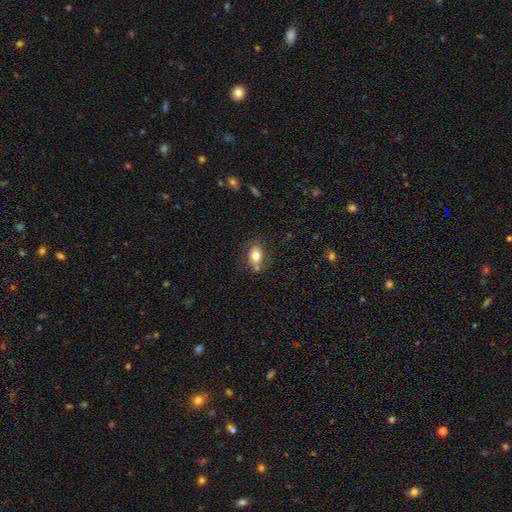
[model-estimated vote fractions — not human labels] Smooth or featured?
  - smooth: 76% *
  - featured or disk: 14%
  - star or artifact: 9%
How rounded?
  - in between: 74% *
  - round: 24%
  - cigar-shaped: 2%
Merging?
  - none: 70% *
  - minor disturbance: 15%
  - merger: 11%
  - major disturbance: 4%